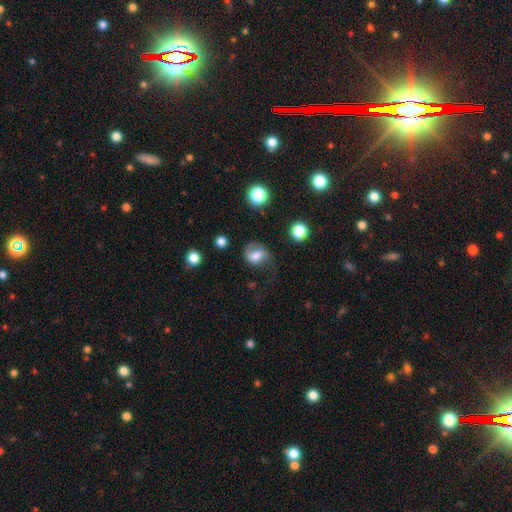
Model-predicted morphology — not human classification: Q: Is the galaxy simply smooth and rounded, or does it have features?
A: smooth — 46%.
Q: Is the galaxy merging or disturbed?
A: none — 47%.